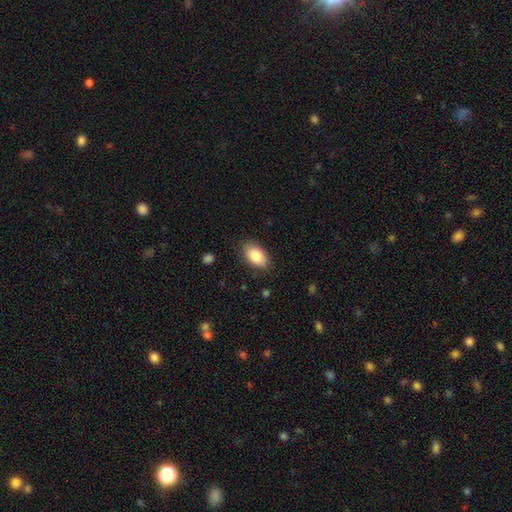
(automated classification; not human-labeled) Smooth or featured?
  - smooth: 86% *
  - featured or disk: 8%
  - star or artifact: 6%
How rounded?
  - in between: 93% *
  - round: 5%
  - cigar-shaped: 2%
Merging?
  - none: 84% *
  - minor disturbance: 12%
  - major disturbance: 3%
  - merger: 1%